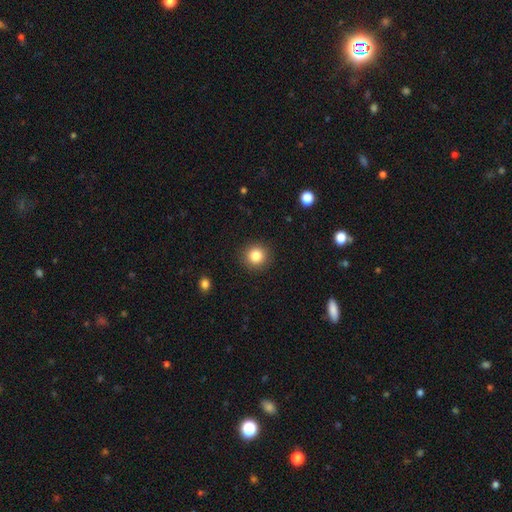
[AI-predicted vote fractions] Smooth or featured?
  - smooth: 83% *
  - star or artifact: 11%
  - featured or disk: 6%
How rounded?
  - round: 93% *
  - in between: 6%
  - cigar-shaped: 1%
Merging?
  - none: 91% *
  - minor disturbance: 6%
  - major disturbance: 2%
  - merger: 1%